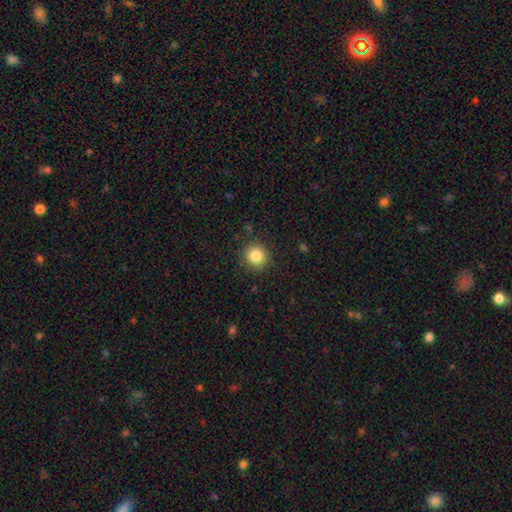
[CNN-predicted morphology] A smooth galaxy with no disk features (84%) that is round (93%).

Vote fractions:
- Smooth or featured? smooth: 84% / star or artifact: 10% / featured or disk: 5%
- How rounded? round: 93% / in between: 6% / cigar-shaped: 1%
- Merging? none: 89% / minor disturbance: 8% / major disturbance: 2% / merger: 1%